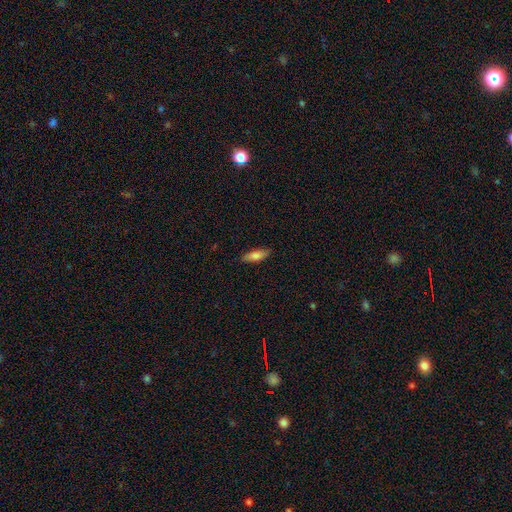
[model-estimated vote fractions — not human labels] Smooth or featured? smooth (78%)
How rounded? in between (56%)
Merging? none (86%)